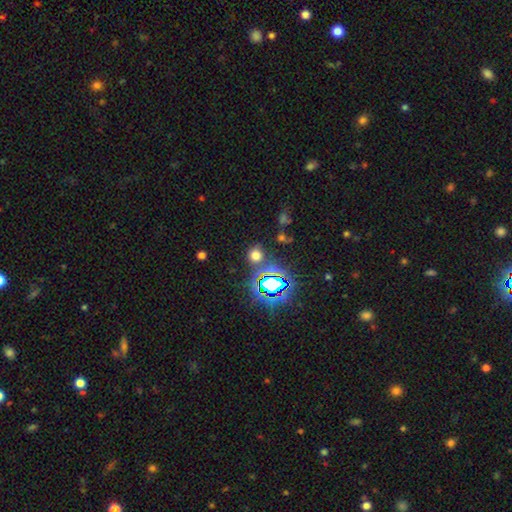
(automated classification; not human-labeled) Overall: smooth (59%; star or artifact 35%). How rounded: round (85%). Merging: none (79%).